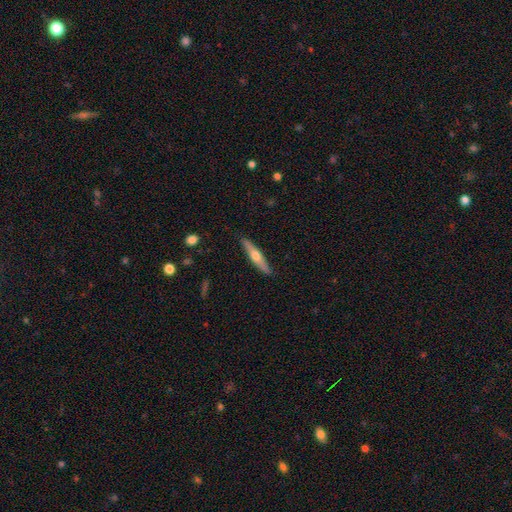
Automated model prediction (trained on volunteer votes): Overall: featured or disk (50%; smooth 44%). Edge-on disk: yes (93%). Merging: none (89%).